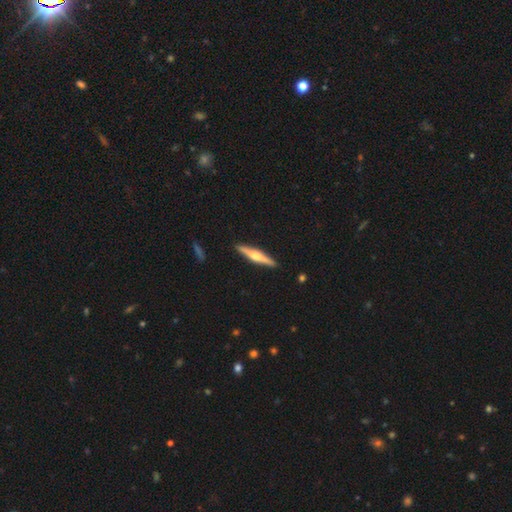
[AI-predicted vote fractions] Smooth or featured? featured or disk (69%)
Edge-on disk? yes (98%)
Edge-on bulge? rounded (90%)
Merging? none (92%)